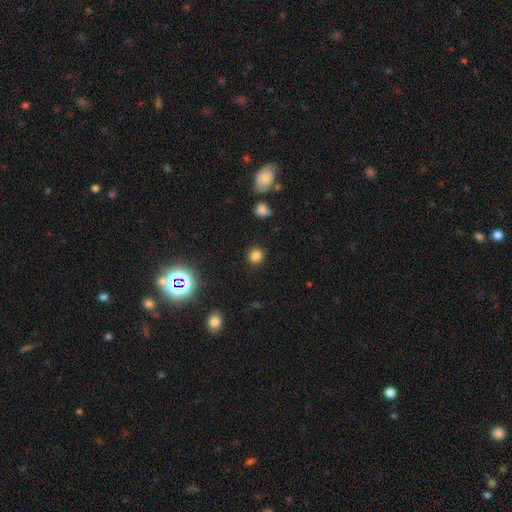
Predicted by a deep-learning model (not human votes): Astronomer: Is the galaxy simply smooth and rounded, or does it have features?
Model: smooth — 81%.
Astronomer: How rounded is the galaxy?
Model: round — 89%.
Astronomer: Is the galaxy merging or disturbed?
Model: none — 90%.